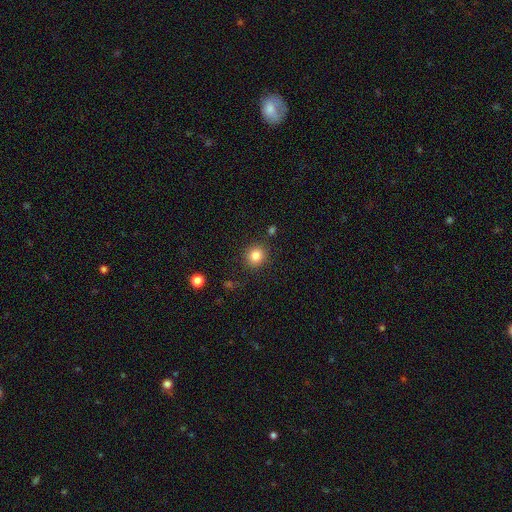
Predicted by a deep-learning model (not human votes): smooth-or-featured: smooth: 84% | star or artifact: 11% | featured or disk: 5%
  how-rounded: round: 87% | in between: 12% | cigar-shaped: 1%
  merging: none: 88% | minor disturbance: 7% | major disturbance: 2% | merger: 2%